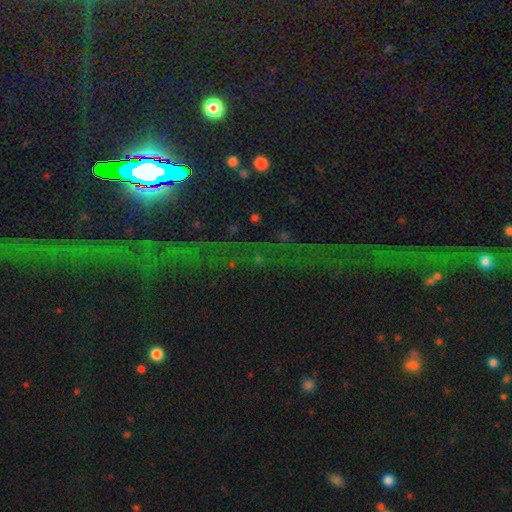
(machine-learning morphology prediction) Smooth or featured?
  - star or artifact: 71% *
  - featured or disk: 14%
  - smooth: 14%